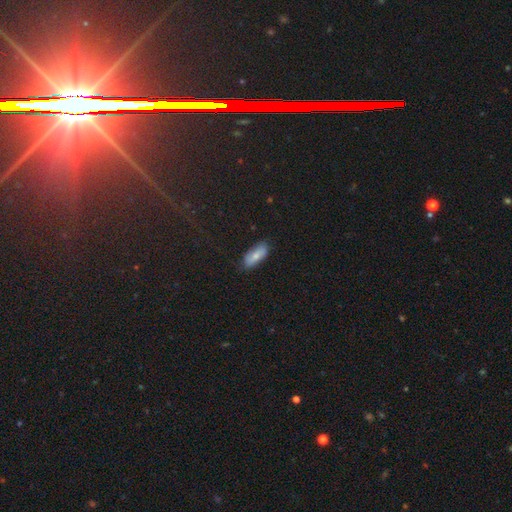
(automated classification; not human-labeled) smooth_or_featured: smooth (p=0.76) [alt: featured or disk p=0.16]
how_rounded: in between (p=0.80) [alt: cigar-shaped p=0.18]
merging: none (p=0.77) [alt: minor disturbance p=0.19]